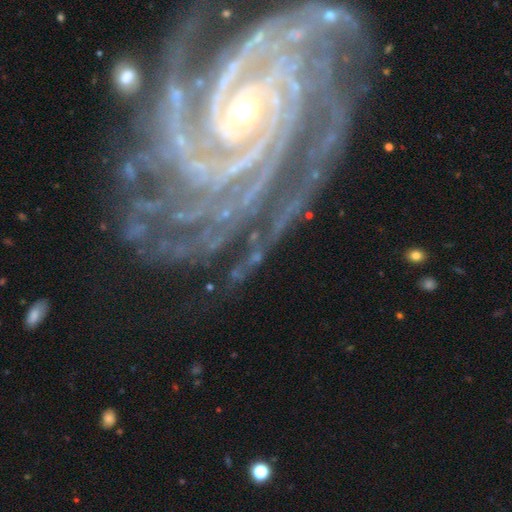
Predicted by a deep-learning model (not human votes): A featured or disk galaxy (89%) with no bar (53%), more than 4 (21%) tight (80%) spiral arms (98%) and a small central bulge (49%). Merging: none (71%).